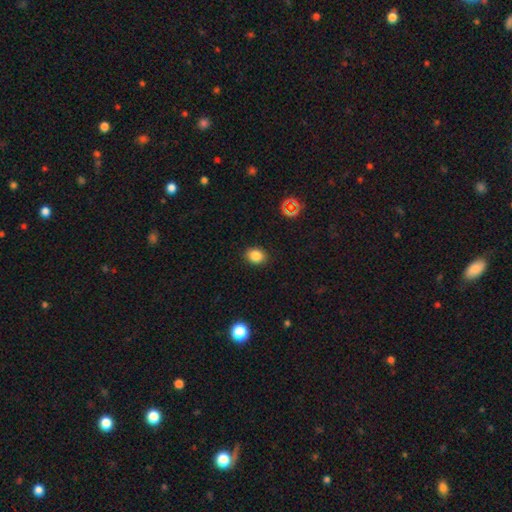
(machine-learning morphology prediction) This is clearly a smooth galaxy (84%). How rounded: possibly round (50%). Merging: clearly none (89%).